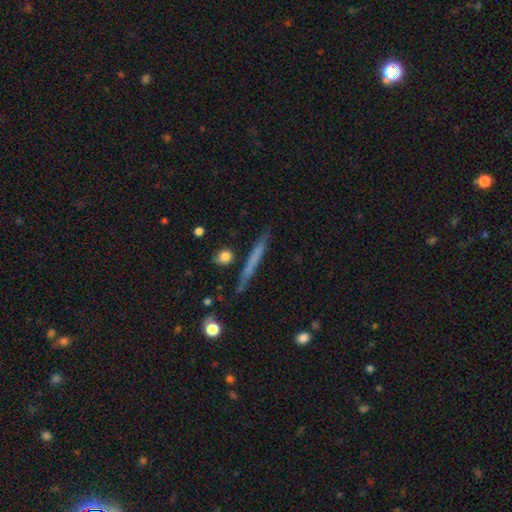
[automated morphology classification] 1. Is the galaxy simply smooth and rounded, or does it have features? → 55% smooth, 38% featured or disk, 7% star or artifact.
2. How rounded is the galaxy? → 95% cigar-shaped, 3% in between, 2% round.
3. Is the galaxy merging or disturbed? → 82% none, 12% minor disturbance, 3% merger, 3% major disturbance.